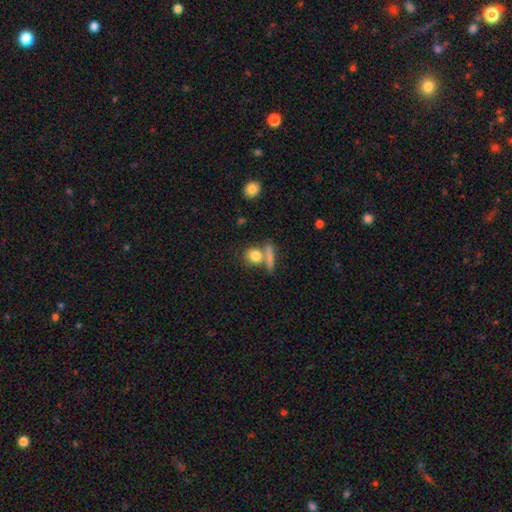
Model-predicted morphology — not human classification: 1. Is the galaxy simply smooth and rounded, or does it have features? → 80% smooth, 11% featured or disk, 9% star or artifact.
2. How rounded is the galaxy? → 68% round, 23% in between, 9% cigar-shaped.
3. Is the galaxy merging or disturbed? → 57% none, 29% merger, 10% minor disturbance, 5% major disturbance.